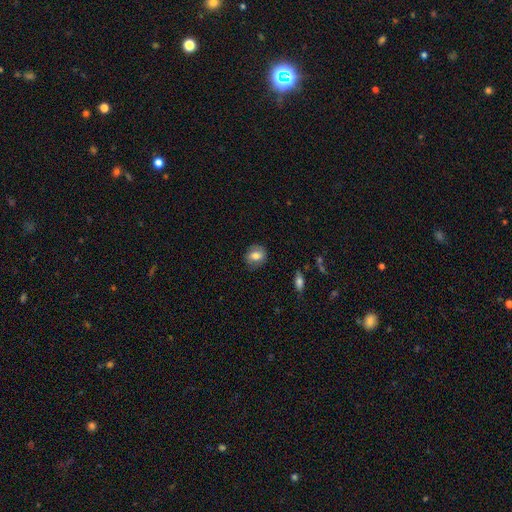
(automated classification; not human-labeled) smooth_or_featured: smooth (p=0.72) [alt: featured or disk p=0.19]
how_rounded: round (p=0.62) [alt: in between p=0.37]
merging: none (p=0.80) [alt: minor disturbance p=0.15]